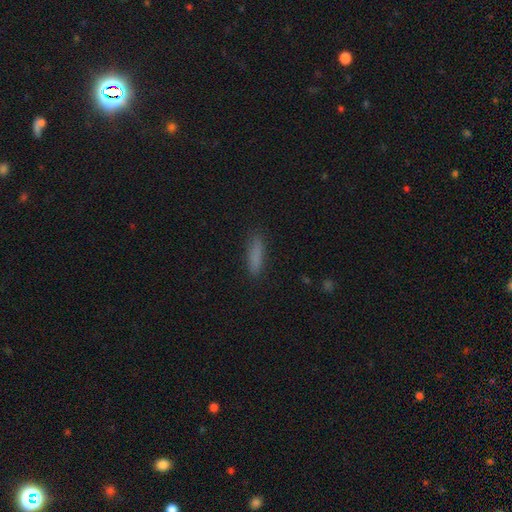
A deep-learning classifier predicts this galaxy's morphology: The model was most divided on "how rounded": cigar-shaped: 75%, in between: 23%, round: 2%. More confident: merging — none (86%); smooth or featured — smooth (83%).